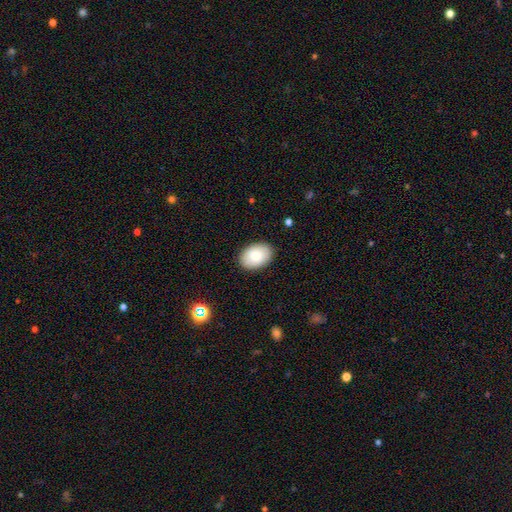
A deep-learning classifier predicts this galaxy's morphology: Smooth or featured?
  - smooth: 83% *
  - featured or disk: 11%
  - star or artifact: 6%
How rounded?
  - in between: 87% *
  - round: 12%
  - cigar-shaped: 1%
Merging?
  - none: 89% *
  - minor disturbance: 8%
  - major disturbance: 2%
  - merger: 1%